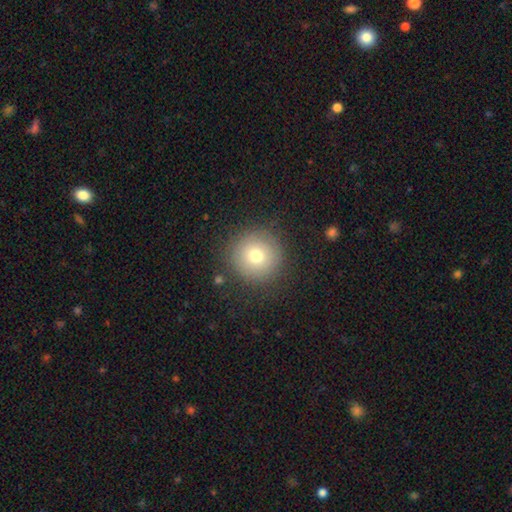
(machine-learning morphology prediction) This is likely a smooth galaxy (74%). How rounded: clearly round (95%). Merging: clearly none (87%).